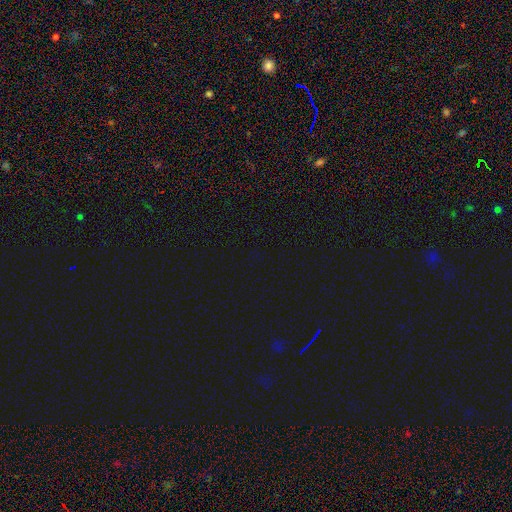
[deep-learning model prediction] A star or artifact, not a galaxy (74%).

Vote fractions:
- Smooth or featured? star or artifact: 74% / smooth: 20% / featured or disk: 6%